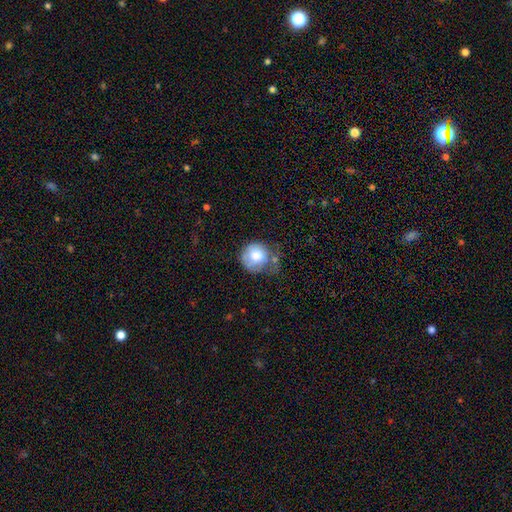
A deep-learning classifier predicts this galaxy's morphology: The model was most divided on "merging": none: 38%, minor disturbance: 33%, major disturbance: 19%, merger: 10%. More confident: how rounded — round (87%); smooth or featured — smooth (72%).